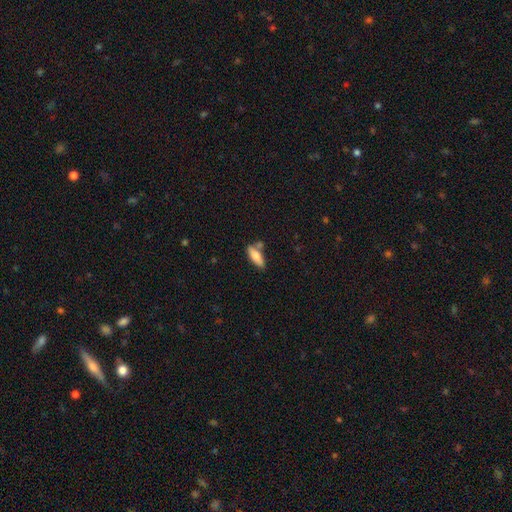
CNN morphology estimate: Q: Smooth or featured?
A: smooth (73%); runner-up: featured or disk (20%)
Q: How rounded?
A: in between (63%); runner-up: cigar-shaped (35%)
Q: Merging?
A: none (64%); runner-up: minor disturbance (16%)